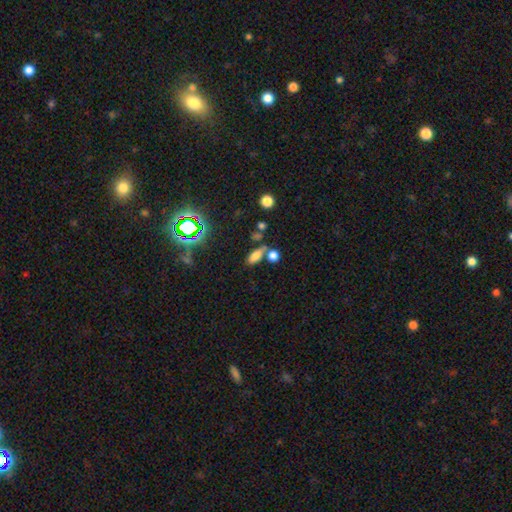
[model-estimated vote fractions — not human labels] Smooth or featured: smooth — 72% (star or artifact — 17%)
How rounded: in between — 74% (cigar-shaped — 16%)
Merging: none — 55% (merger — 27%)